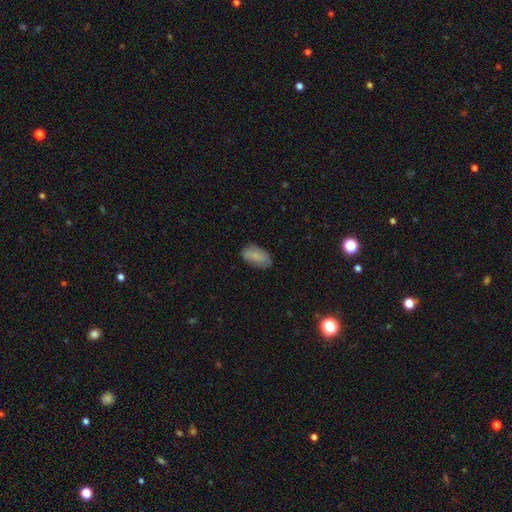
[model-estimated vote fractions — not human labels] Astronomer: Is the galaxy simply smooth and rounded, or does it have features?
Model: smooth — 76%.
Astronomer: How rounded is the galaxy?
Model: in between — 93%.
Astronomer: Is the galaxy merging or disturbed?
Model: none — 76%.